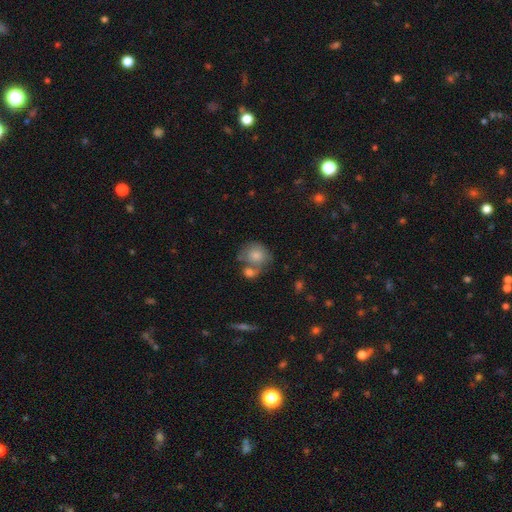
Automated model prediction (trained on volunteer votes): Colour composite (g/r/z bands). It shows a smooth galaxy with no disk features (77%) that is round (75%). Merging: merger (42%).